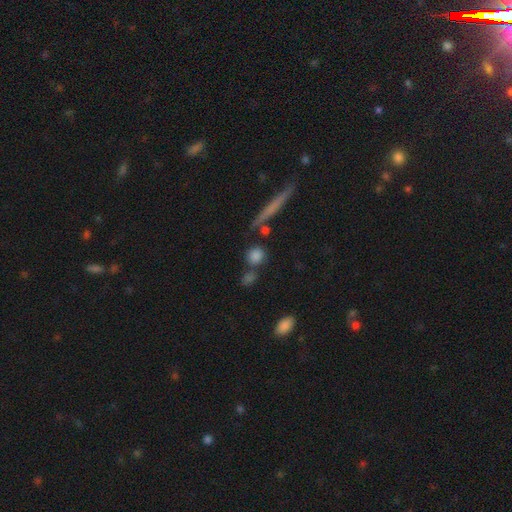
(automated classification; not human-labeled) smooth_or_featured: smooth (p=0.80) [alt: star or artifact p=0.10]
how_rounded: round (p=0.82) [alt: in between p=0.12]
merging: none (p=0.68) [alt: merger p=0.16]